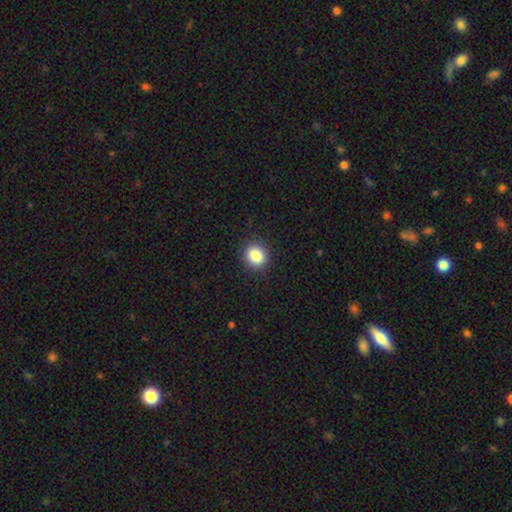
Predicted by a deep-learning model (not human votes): Morphology: type=smooth (86%); roundness=round (73%); merging=none (90%).